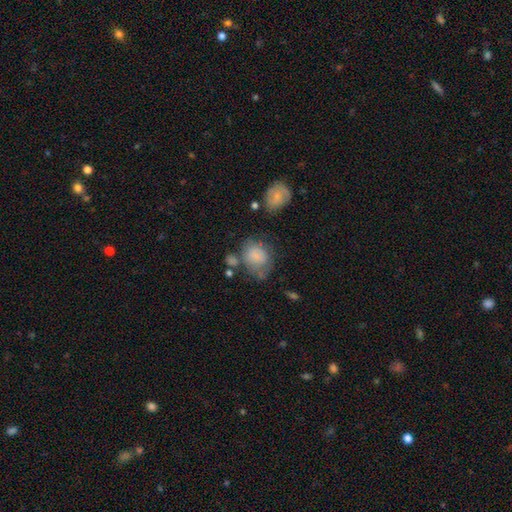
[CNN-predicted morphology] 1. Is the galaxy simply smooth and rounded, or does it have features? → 73% smooth, 17% featured or disk, 9% star or artifact.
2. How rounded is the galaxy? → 57% round, 42% in between, 1% cigar-shaped.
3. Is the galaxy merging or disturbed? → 42% none, 27% minor disturbance, 20% major disturbance, 11% merger.